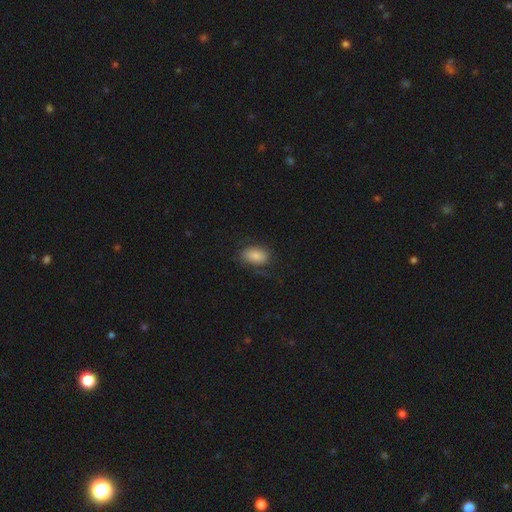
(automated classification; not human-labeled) Smooth or featured: smooth — 80% (featured or disk — 12%)
How rounded: in between — 89% (round — 10%)
Merging: none — 65% (minor disturbance — 21%)